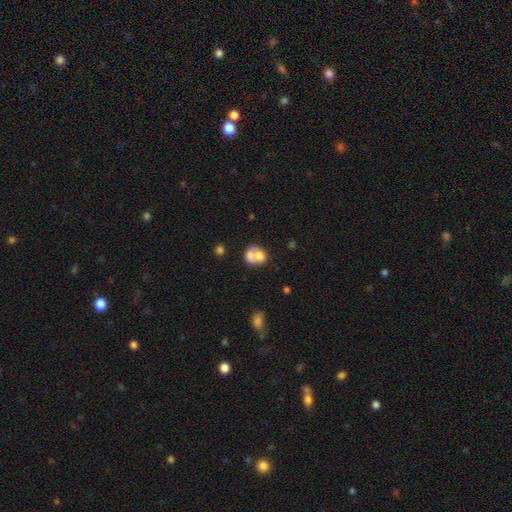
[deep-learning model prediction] smooth-or-featured: smooth: 64% | featured or disk: 27% | star or artifact: 9%
  how-rounded: round: 54% | in between: 45% | cigar-shaped: 1%
  merging: merger: 57% | none: 23% | minor disturbance: 11% | major disturbance: 9%